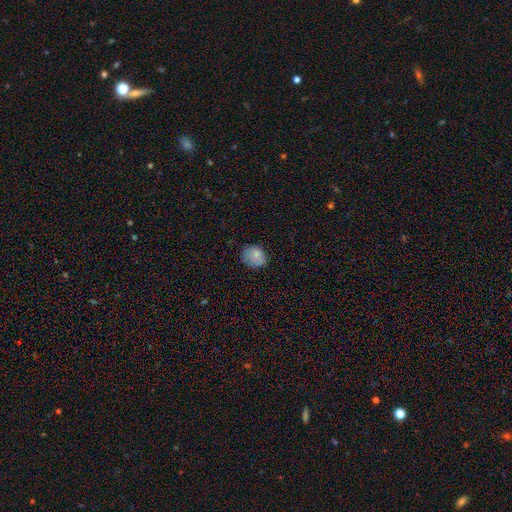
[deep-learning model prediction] Smooth or featured? smooth (80%)
How rounded? round (64%)
Merging? none (73%)